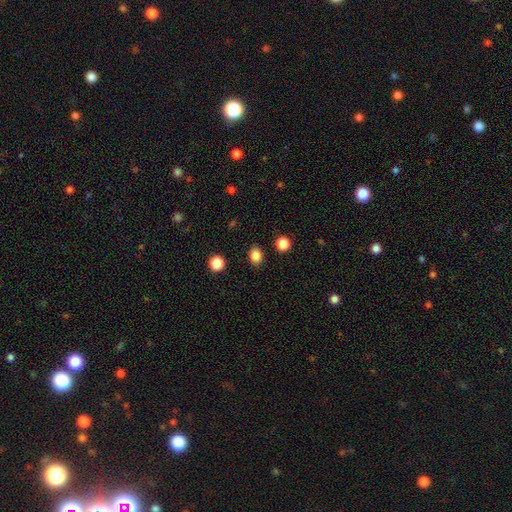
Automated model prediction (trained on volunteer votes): smooth 85%, star or artifact 11%, featured or disk 4%. Down the decision tree: how rounded — in between (60%); merging — none (89%).